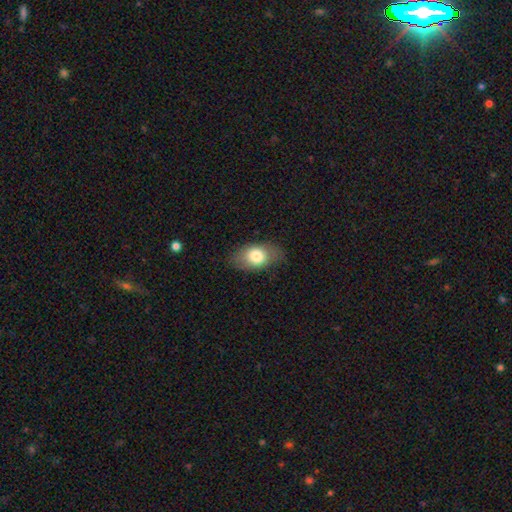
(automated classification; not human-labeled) Smooth or featured: smooth — 77% (featured or disk — 16%)
How rounded: in between — 85% (round — 13%)
Merging: none — 76% (minor disturbance — 17%)